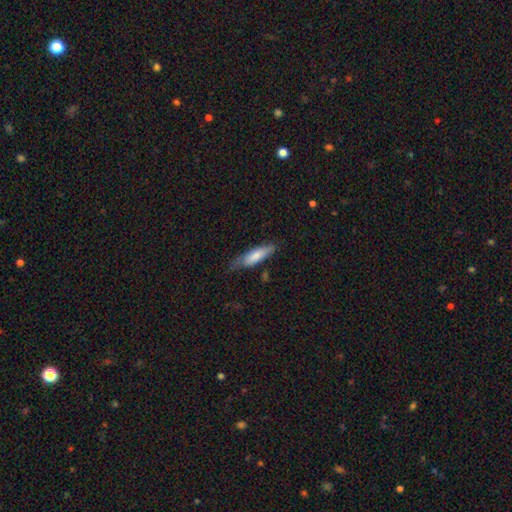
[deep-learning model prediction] smooth-or-featured: smooth: 74% | featured or disk: 21% | star or artifact: 5%
  how-rounded: cigar-shaped: 64% | in between: 35% | round: 1%
  merging: none: 63% | minor disturbance: 28% | major disturbance: 7% | merger: 2%